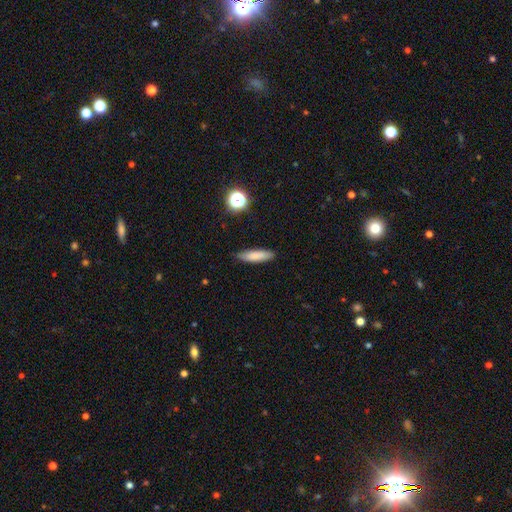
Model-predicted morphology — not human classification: Smooth or featured? Predicted: smooth (p=0.80). How rounded? Predicted: cigar-shaped (p=0.72). Merging? Predicted: none (p=0.83).